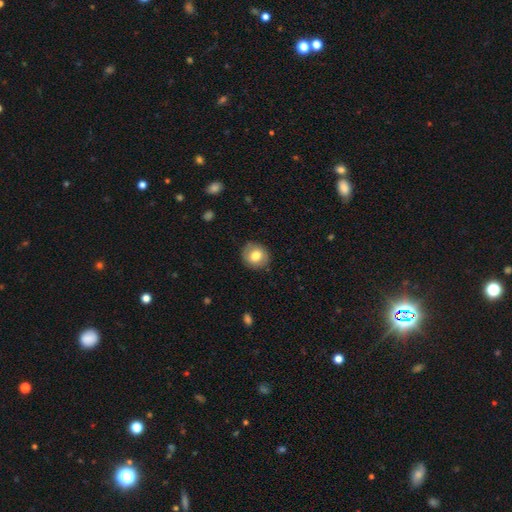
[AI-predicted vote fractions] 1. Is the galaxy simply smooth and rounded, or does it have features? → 78% smooth, 14% featured or disk, 8% star or artifact.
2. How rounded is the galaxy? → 83% round, 16% in between, 1% cigar-shaped.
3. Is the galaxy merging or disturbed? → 86% none, 10% minor disturbance, 2% major disturbance, 1% merger.